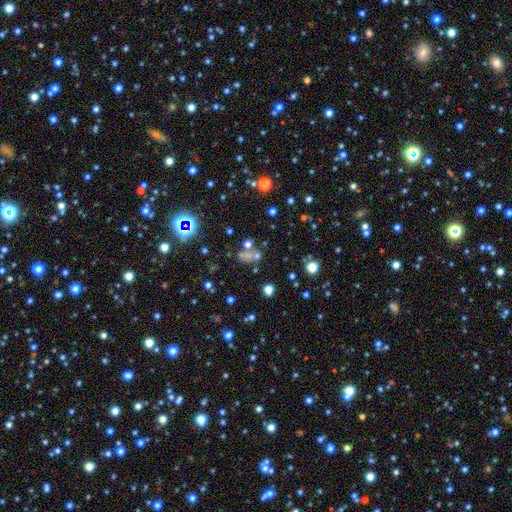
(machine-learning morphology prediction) Smooth or featured?
  - smooth: 46% *
  - star or artifact: 39%
  - featured or disk: 15%
Merging?
  - none: 52% *
  - merger: 25%
  - minor disturbance: 13%
  - major disturbance: 10%